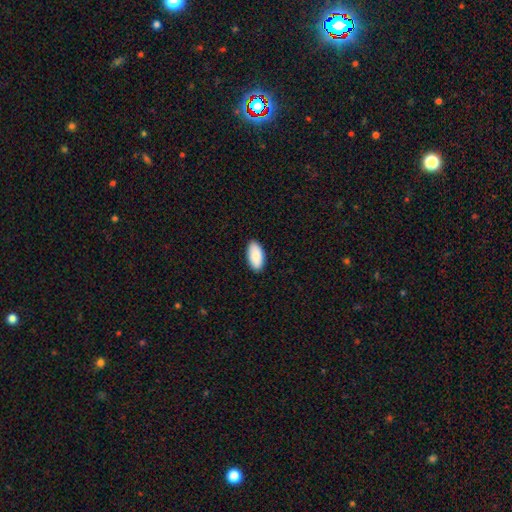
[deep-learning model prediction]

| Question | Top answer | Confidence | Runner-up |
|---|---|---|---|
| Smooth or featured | smooth | 90% | star or artifact (6%) |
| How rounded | in between | 96% | cigar-shaped (3%) |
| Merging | none | 90% | minor disturbance (8%) |